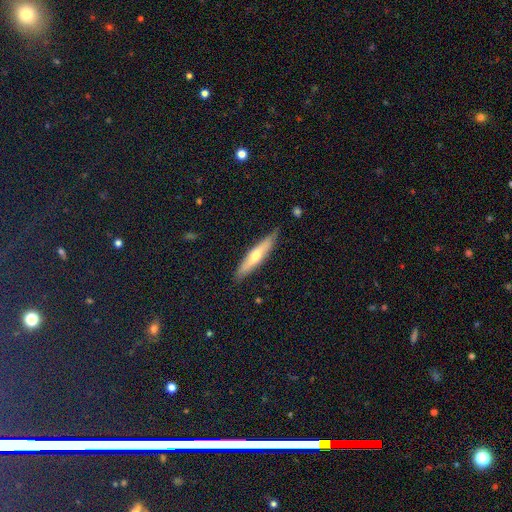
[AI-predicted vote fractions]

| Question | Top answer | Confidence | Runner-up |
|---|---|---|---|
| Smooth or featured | featured or disk | 47% | tied: smooth (47%) |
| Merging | none | 84% | minor disturbance (13%) |